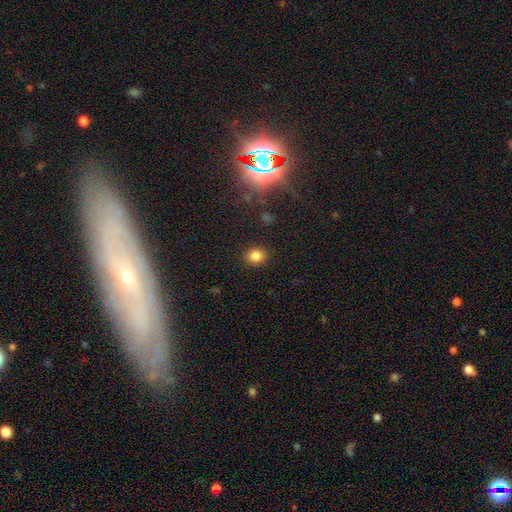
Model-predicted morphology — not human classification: This is clearly a smooth galaxy (83%). How rounded: likely round (67%). Merging: clearly none (89%).